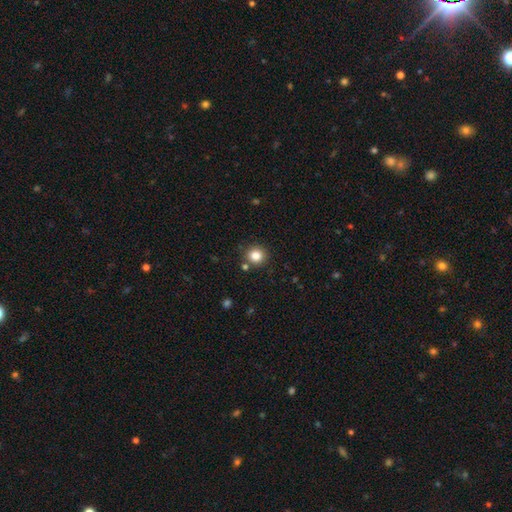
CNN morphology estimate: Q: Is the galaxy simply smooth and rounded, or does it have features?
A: smooth — 83%.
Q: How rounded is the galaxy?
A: round — 90%.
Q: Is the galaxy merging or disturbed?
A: none — 85%.